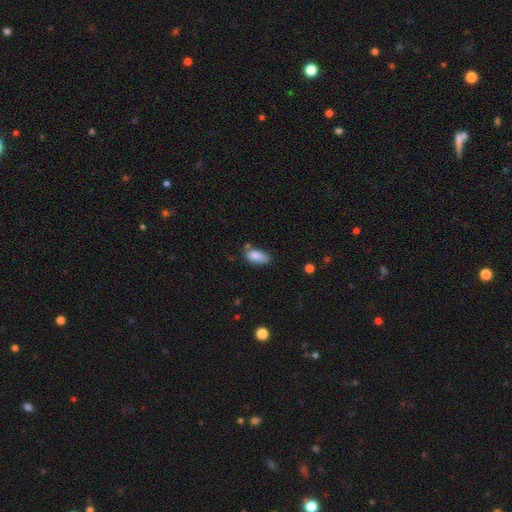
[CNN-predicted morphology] Smooth or featured: smooth — 84% (star or artifact — 8%)
How rounded: in between — 89% (cigar-shaped — 6%)
Merging: none — 50% (minor disturbance — 31%)